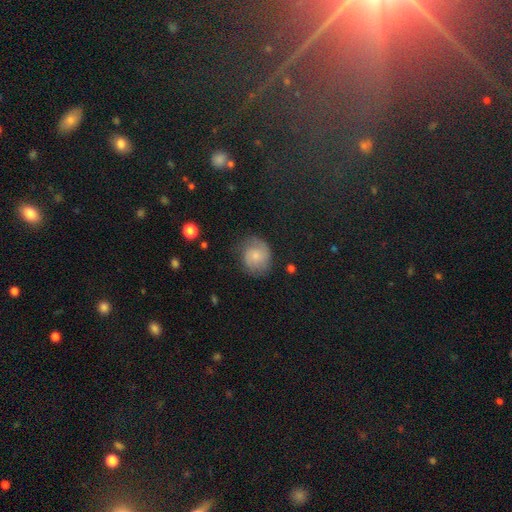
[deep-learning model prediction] Smooth or featured? smooth (53%)
How rounded? round (73%)
Merging? none (66%)